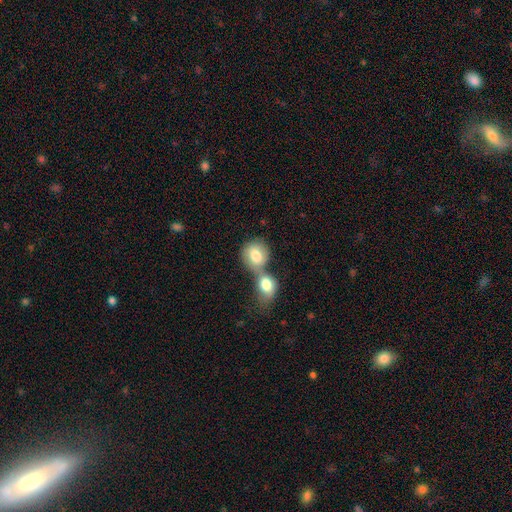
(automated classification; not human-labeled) Smooth or featured? Predicted: smooth (p=0.78). How rounded? Predicted: round (p=0.69). Merging? Predicted: merger (p=0.64).